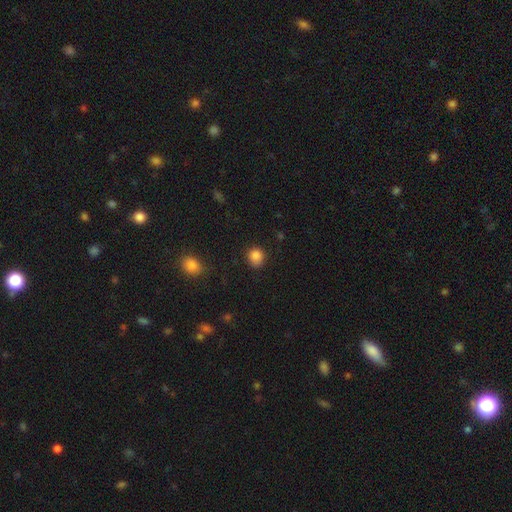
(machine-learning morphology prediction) smooth-or-featured: smooth: 85% | star or artifact: 11% | featured or disk: 4%
  how-rounded: round: 78% | in between: 21% | cigar-shaped: 1%
  merging: none: 81% | minor disturbance: 14% | major disturbance: 3% | merger: 2%